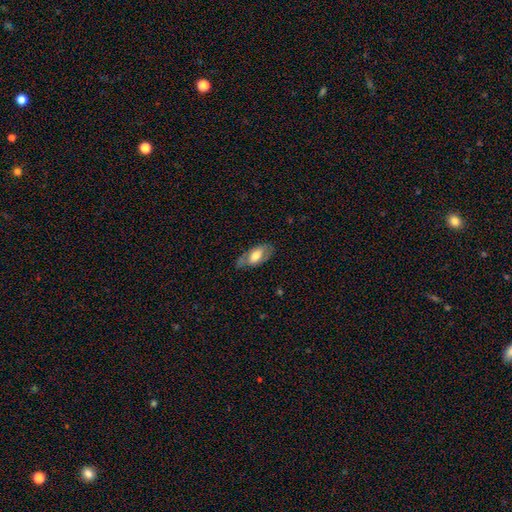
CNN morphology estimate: Smooth or featured?
  - smooth: 55% *
  - featured or disk: 39%
  - star or artifact: 6%
How rounded?
  - in between: 90% *
  - cigar-shaped: 7%
  - round: 3%
Merging?
  - none: 65% *
  - minor disturbance: 25%
  - major disturbance: 8%
  - merger: 2%